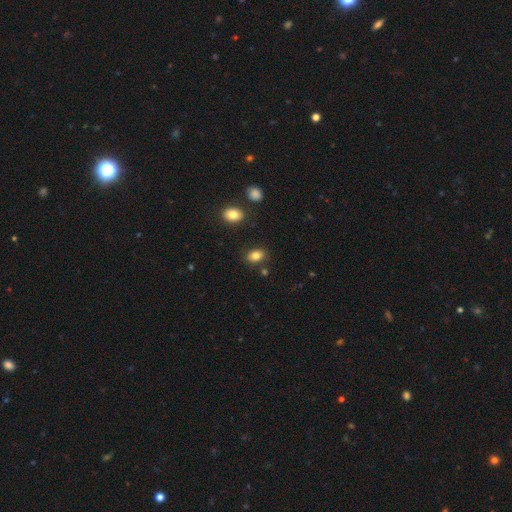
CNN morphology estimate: Smooth or featured? Predicted: smooth (p=0.83). How rounded? Predicted: in between (p=0.82). Merging? Predicted: none (p=0.84).